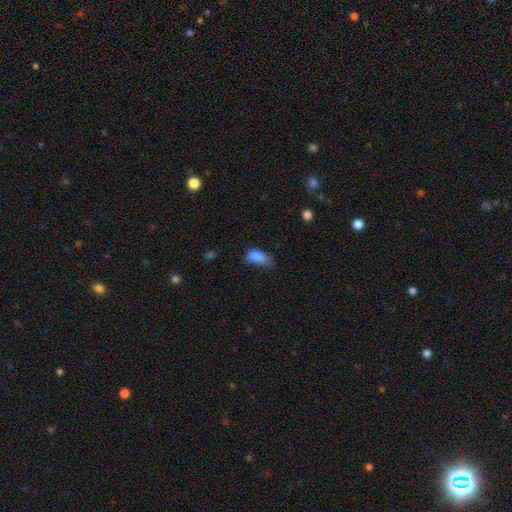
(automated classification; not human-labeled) smooth-or-featured: smooth: 77% | featured or disk: 14% | star or artifact: 9%
  how-rounded: in between: 83% | round: 10% | cigar-shaped: 7%
  merging: minor disturbance: 42% | major disturbance: 32% | none: 22% | merger: 4%